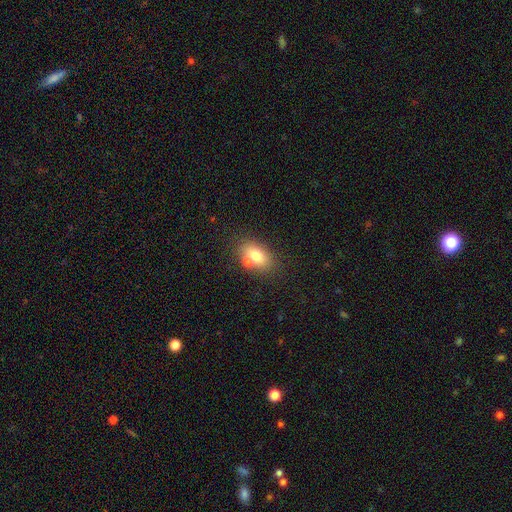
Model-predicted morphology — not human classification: Q: Smooth or featured?
A: smooth (74%); runner-up: featured or disk (17%)
Q: How rounded?
A: in between (85%); runner-up: round (12%)
Q: Merging?
A: none (61%); runner-up: merger (22%)